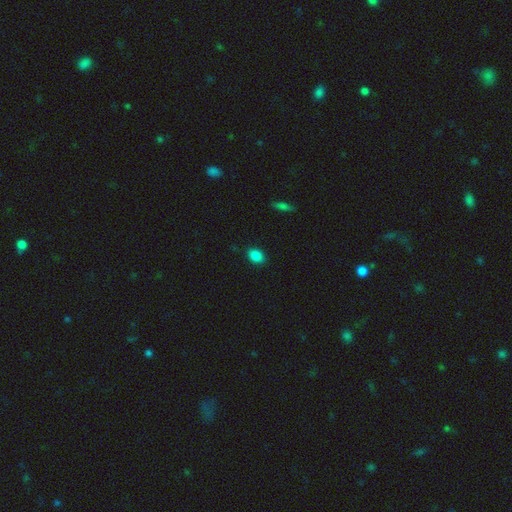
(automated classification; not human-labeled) Overall: smooth (86%). How rounded: in between (73%). Merging: none (88%).